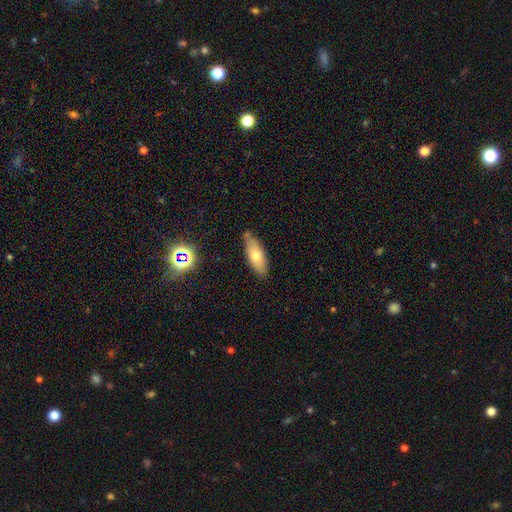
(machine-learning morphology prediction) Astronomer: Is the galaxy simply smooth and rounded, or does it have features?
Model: smooth — 64%.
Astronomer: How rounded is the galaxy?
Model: in between — 74%.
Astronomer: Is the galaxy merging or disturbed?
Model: none — 75%.